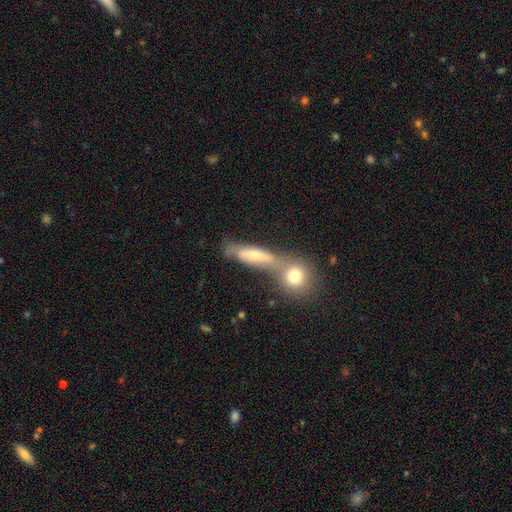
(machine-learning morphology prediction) A smooth galaxy with no disk features (50%). Merging: none (42%).